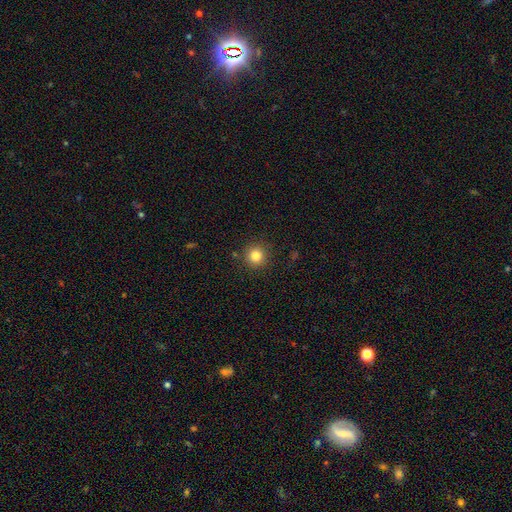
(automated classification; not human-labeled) smooth-or-featured: smooth: 82% | star or artifact: 12% | featured or disk: 6%
  how-rounded: round: 95% | in between: 4% | cigar-shaped: 1%
  merging: none: 89% | minor disturbance: 6% | major disturbance: 2% | merger: 2%